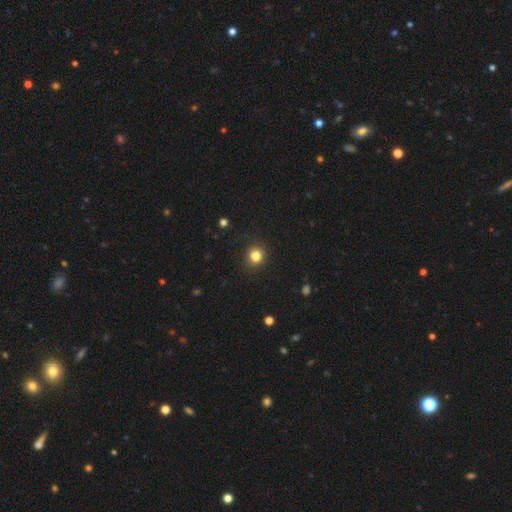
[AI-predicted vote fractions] Morphology: type=smooth (82%); roundness=round (89%); merging=none (88%).